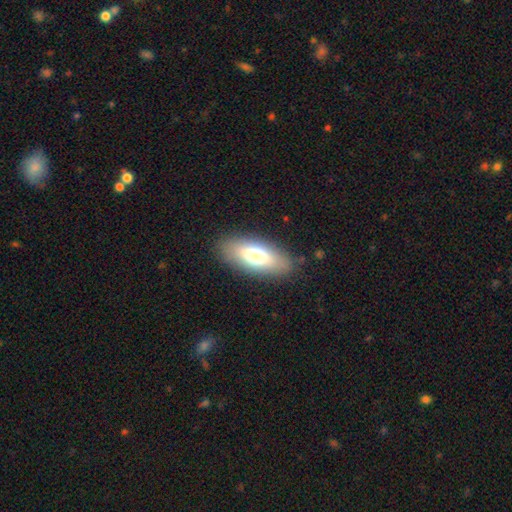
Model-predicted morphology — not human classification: Smooth or featured? Predicted: smooth (p=0.71). How rounded? Predicted: in between (p=0.83). Merging? Predicted: none (p=0.84).